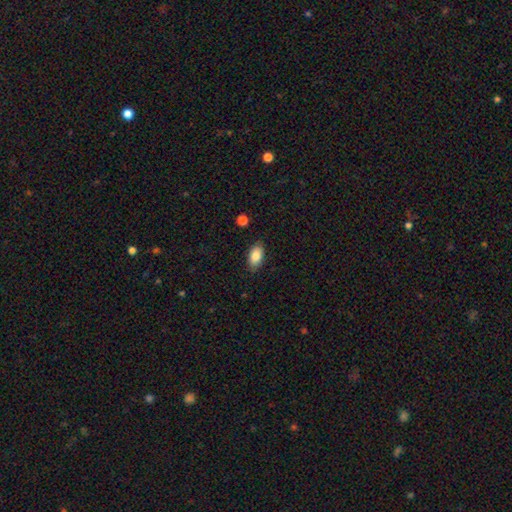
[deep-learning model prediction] Smooth or featured? Predicted: smooth (p=0.86). How rounded? Predicted: in between (p=0.92). Merging? Predicted: none (p=0.86).